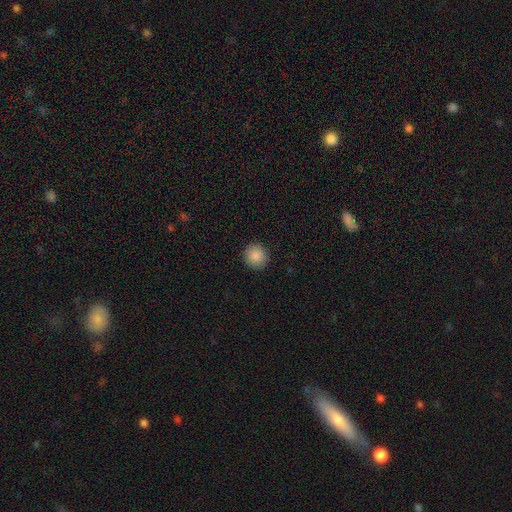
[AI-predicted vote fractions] A smooth galaxy with no disk features (86%) that is round (94%). Merging: none (92%).